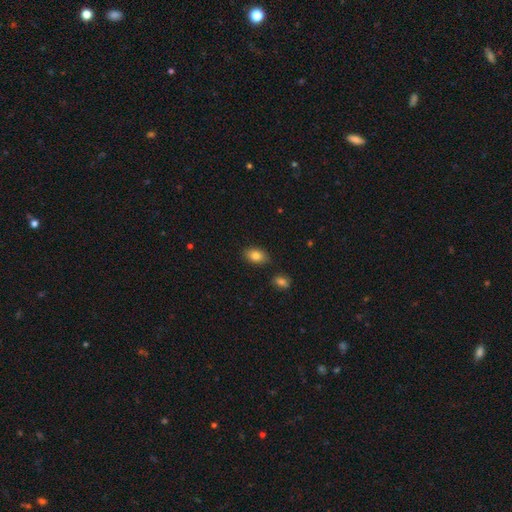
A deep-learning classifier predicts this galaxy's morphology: A smooth galaxy with no disk features (84%) that is in between round and cigar-shaped (87%).

Vote fractions:
- Smooth or featured? smooth: 84% / star or artifact: 8% / featured or disk: 7%
- How rounded? in between: 87% / round: 11% / cigar-shaped: 2%
- Merging? none: 83% / minor disturbance: 11% / merger: 3% / major disturbance: 2%